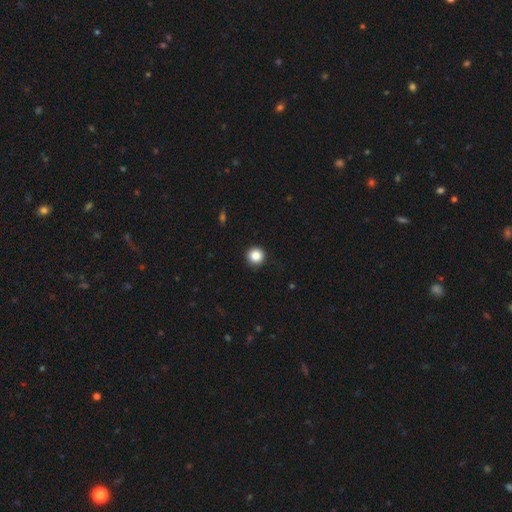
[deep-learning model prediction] Q: Smooth or featured?
A: smooth (86%); runner-up: star or artifact (10%)
Q: How rounded?
A: round (96%); runner-up: in between (3%)
Q: Merging?
A: none (92%); runner-up: minor disturbance (5%)